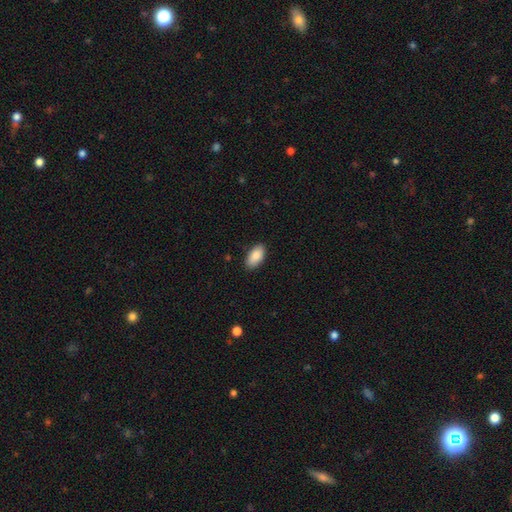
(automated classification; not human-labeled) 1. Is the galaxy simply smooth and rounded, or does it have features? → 88% smooth, 6% star or artifact, 5% featured or disk.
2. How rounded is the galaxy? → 94% in between, 4% cigar-shaped, 3% round.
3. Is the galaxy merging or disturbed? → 86% none, 11% minor disturbance, 2% major disturbance, 1% merger.